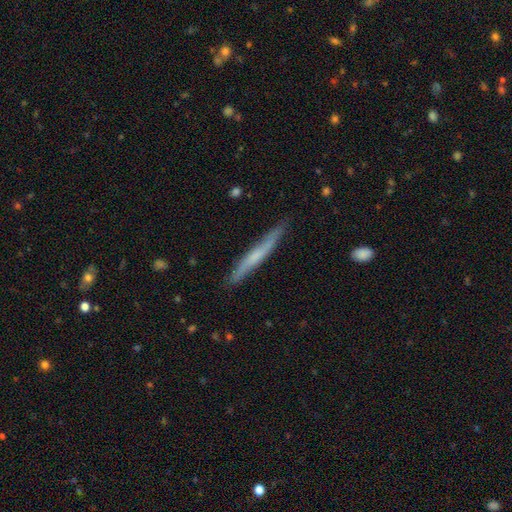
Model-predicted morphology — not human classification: type=featured or disk (49%); merging=none (84%).